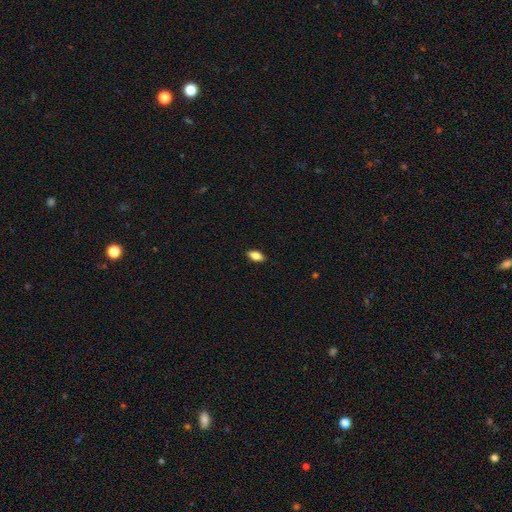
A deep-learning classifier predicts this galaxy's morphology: Q: Smooth or featured?
A: smooth (80%); runner-up: featured or disk (13%)
Q: How rounded?
A: in between (87%); runner-up: cigar-shaped (9%)
Q: Merging?
A: none (89%); runner-up: minor disturbance (8%)